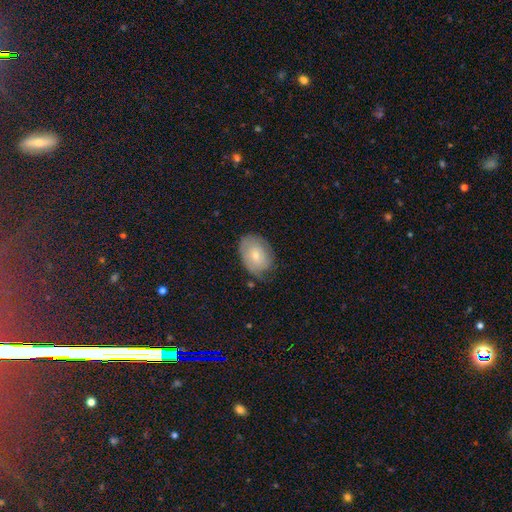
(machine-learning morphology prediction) This appears to be a smooth galaxy with no disk features (65%) that is in between round and cigar-shaped (77%). Merging: none (64%).